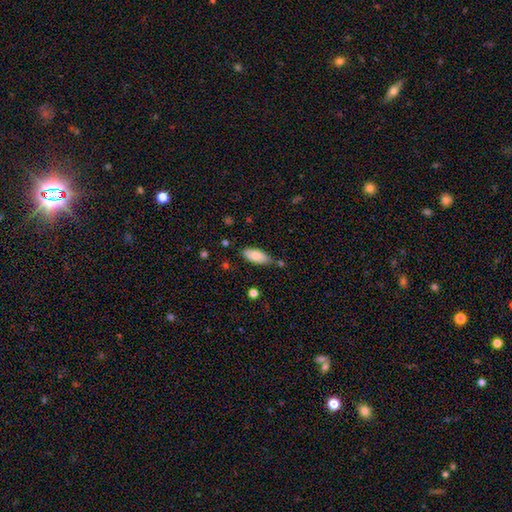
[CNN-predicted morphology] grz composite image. It shows a smooth galaxy with no disk features (81%) that is in between round and cigar-shaped (83%). Merging: none (73%).